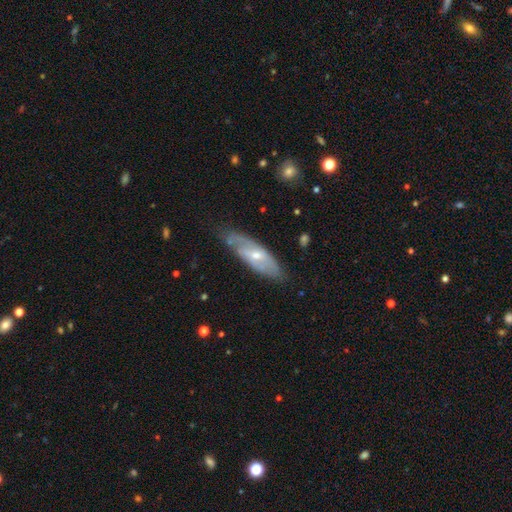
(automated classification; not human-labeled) A featured or disk galaxy (68%) with no bar (45%), spiral arms (74%) and a small central bulge (53%). Merging: none (69%).